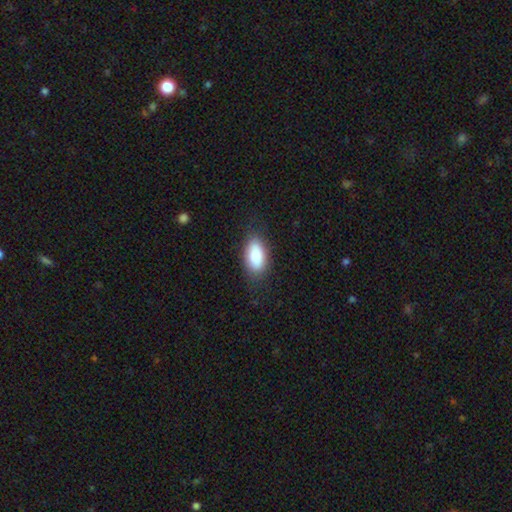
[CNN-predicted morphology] A smooth galaxy with no disk features (86%) that is in between round and cigar-shaped (92%). Merging: none (80%).